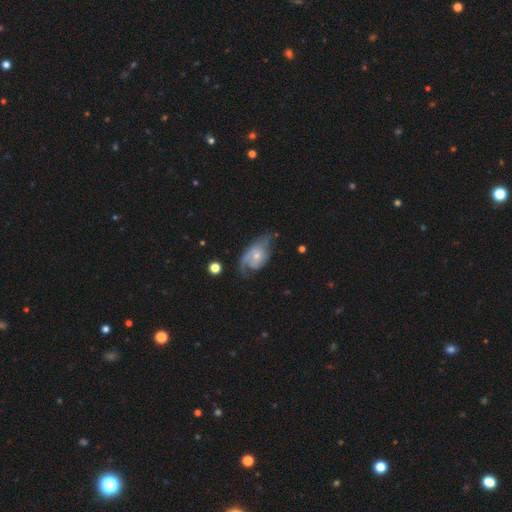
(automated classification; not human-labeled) Smooth or featured? featured or disk (71%)
Edge-on disk? no (95%)
Bar? no (72%)
Spiral arms? yes (86%)
Spiral winding? medium (40%)
Spiral arm count? 2 (50%)
Bulge size? small (66%)
Merging? none (44%)